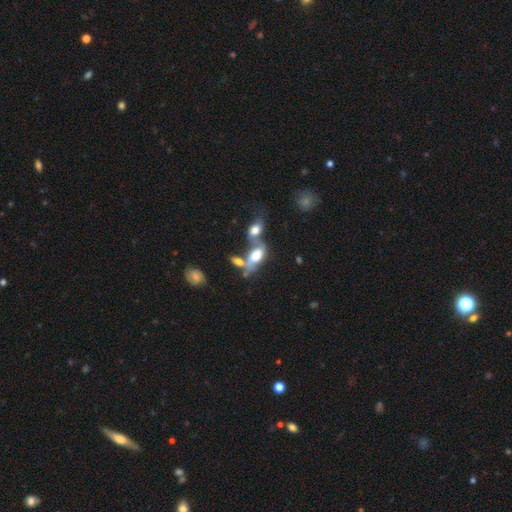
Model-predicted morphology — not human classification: This is possibly a smooth galaxy (53%). How rounded: clearly in between (85%). Merging: possibly merger (56%).